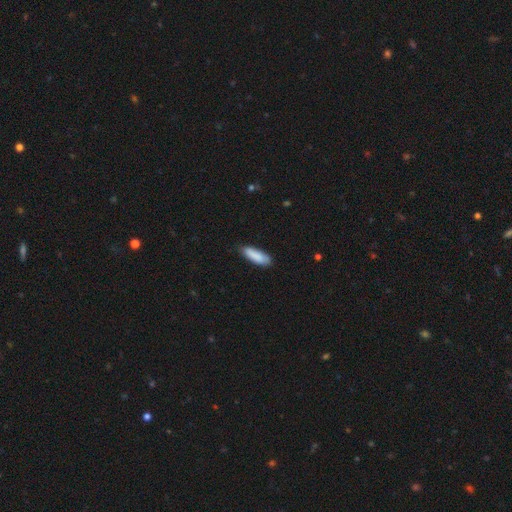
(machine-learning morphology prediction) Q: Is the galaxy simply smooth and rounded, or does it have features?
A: smooth — 88%.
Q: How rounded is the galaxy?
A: in between — 55%.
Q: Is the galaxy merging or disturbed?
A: none — 80%.